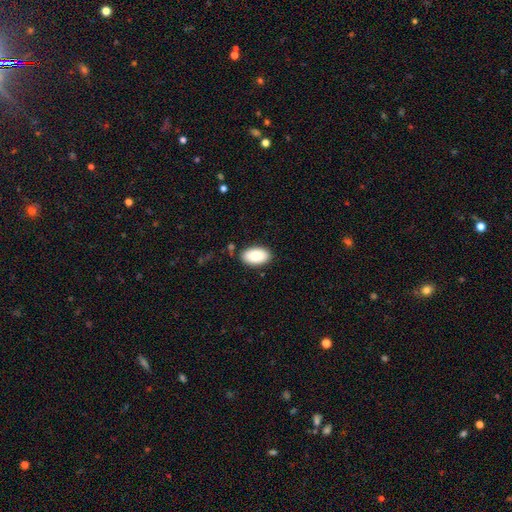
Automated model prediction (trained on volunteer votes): Smooth or featured?
  - smooth: 85% *
  - featured or disk: 8%
  - star or artifact: 6%
How rounded?
  - in between: 94% *
  - round: 4%
  - cigar-shaped: 1%
Merging?
  - none: 86% *
  - minor disturbance: 10%
  - major disturbance: 2%
  - merger: 2%